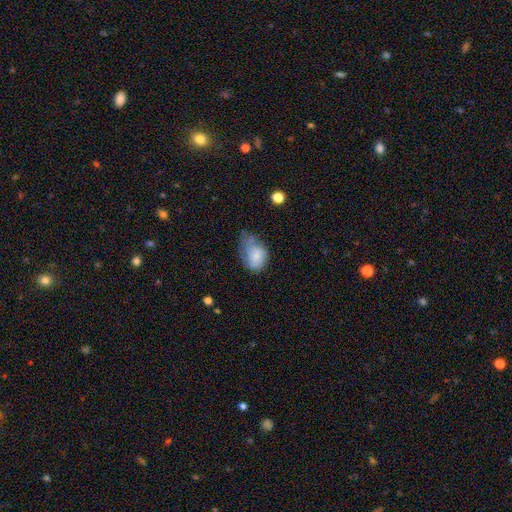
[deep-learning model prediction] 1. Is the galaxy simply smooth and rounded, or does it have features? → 75% smooth, 16% featured or disk, 8% star or artifact.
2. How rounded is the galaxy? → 79% in between, 20% round, 1% cigar-shaped.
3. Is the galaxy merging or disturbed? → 41% minor disturbance, 32% major disturbance, 22% none, 5% merger.